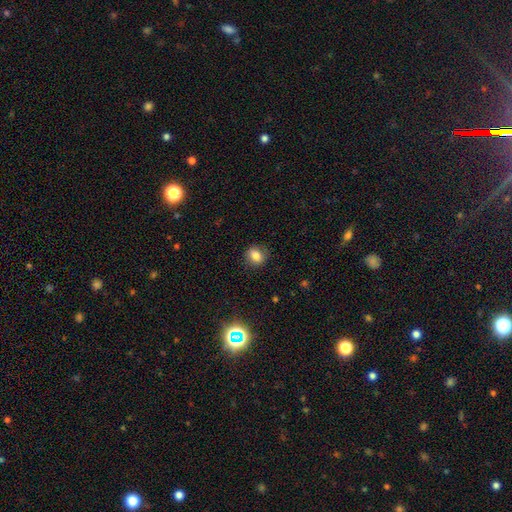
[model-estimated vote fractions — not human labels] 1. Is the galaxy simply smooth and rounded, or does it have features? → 76% smooth, 13% star or artifact, 11% featured or disk.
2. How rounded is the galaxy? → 54% round, 44% in between, 1% cigar-shaped.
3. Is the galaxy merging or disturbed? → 83% none, 12% minor disturbance, 4% major disturbance, 1% merger.